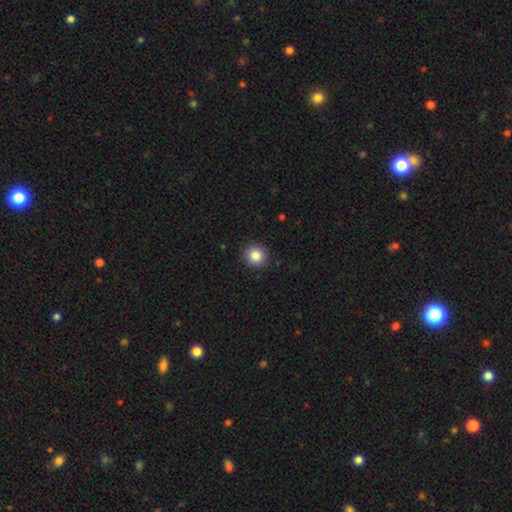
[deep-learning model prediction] Q: Smooth or featured?
A: smooth (85%); runner-up: star or artifact (10%)
Q: How rounded?
A: round (94%); runner-up: in between (5%)
Q: Merging?
A: none (91%); runner-up: minor disturbance (6%)